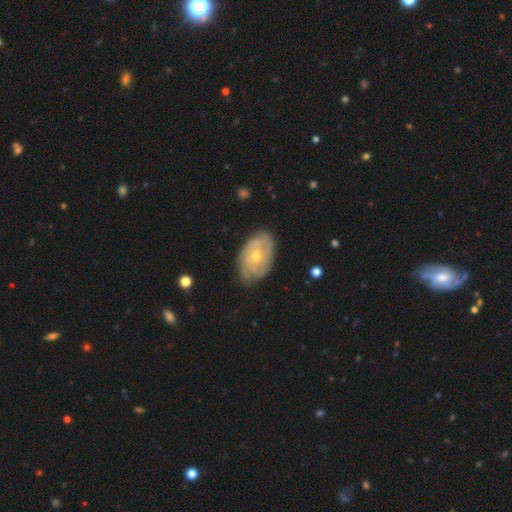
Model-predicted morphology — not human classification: Overall: featured or disk (71%). Edge-on disk: no (95%). Bar: no (79%). Spiral arms: yes (83%). Spiral arm count: can't tell (50%; 2 21%). Spiral winding: tight (68%). Bulge size: small (60%; moderate 37%). Merging: none (71%).